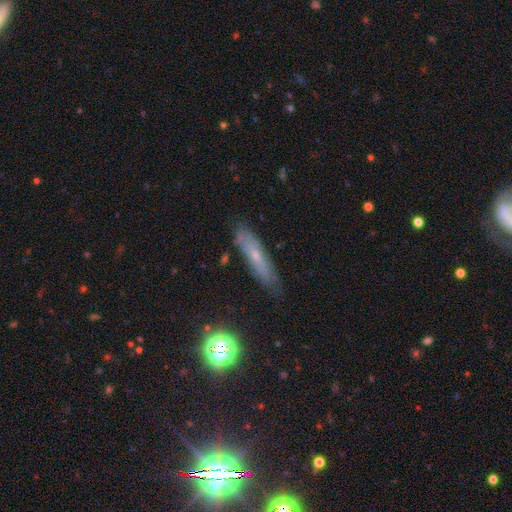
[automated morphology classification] Smooth or featured?
  - smooth: 44% * (tied)
  - featured or disk: 44% * (tied)
  - star or artifact: 12%
Merging?
  - none: 75% *
  - minor disturbance: 19%
  - major disturbance: 4%
  - merger: 2%